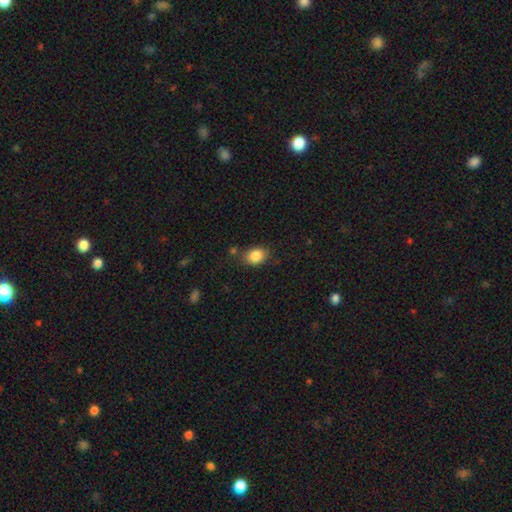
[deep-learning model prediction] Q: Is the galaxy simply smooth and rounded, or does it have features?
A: smooth — 86%.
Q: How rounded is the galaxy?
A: in between — 68%.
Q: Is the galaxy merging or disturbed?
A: none — 74%.